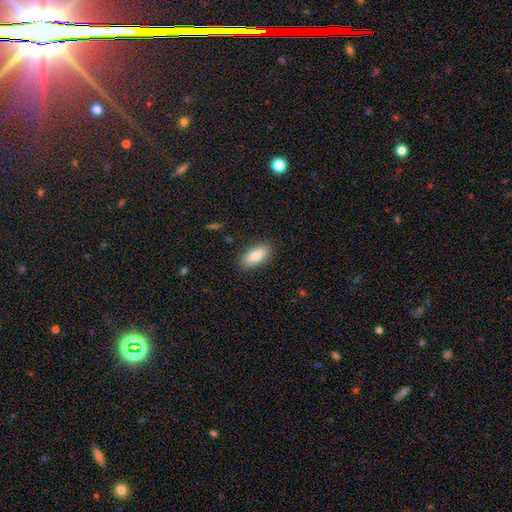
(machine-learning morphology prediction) smooth 87%, featured or disk 6%, star or artifact 6%. Down the decision tree: how rounded — in between (87%); merging — none (88%).